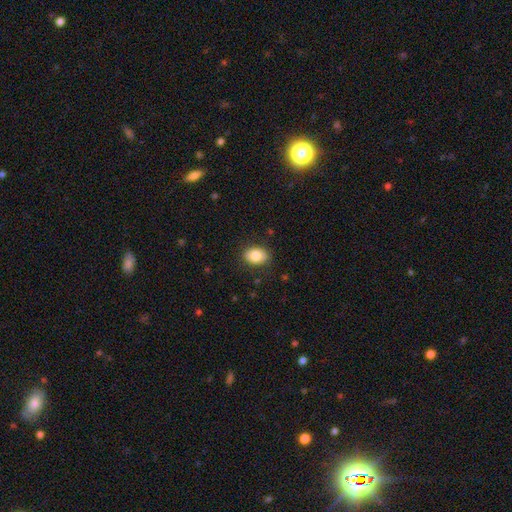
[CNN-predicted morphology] Smooth or featured: smooth — 83% (featured or disk — 10%)
How rounded: in between — 71% (round — 28%)
Merging: none — 85% (minor disturbance — 11%)